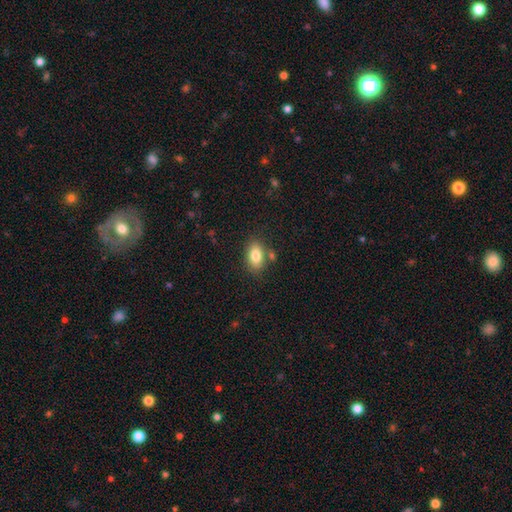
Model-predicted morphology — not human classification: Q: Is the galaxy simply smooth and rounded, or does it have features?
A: smooth — 82%.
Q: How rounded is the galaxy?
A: in between — 88%.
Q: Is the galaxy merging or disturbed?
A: none — 76%.